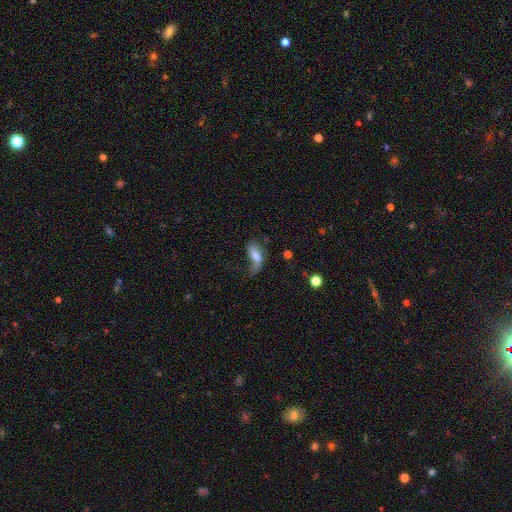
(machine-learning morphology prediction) smooth_or_featured: smooth (p=0.62) [alt: featured or disk p=0.29]
how_rounded: in between (p=0.85) [alt: cigar-shaped p=0.10]
merging: major disturbance (p=0.43) [alt: none p=0.26]